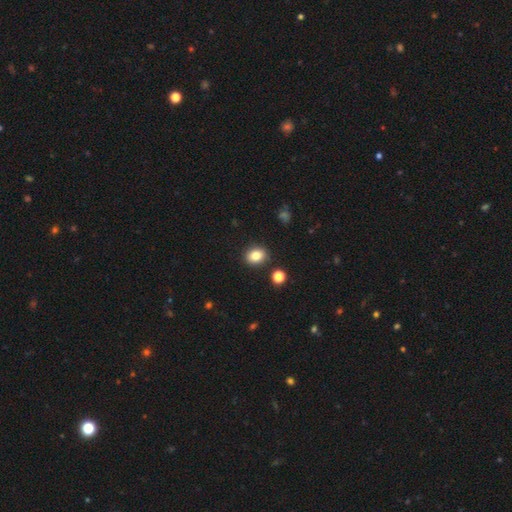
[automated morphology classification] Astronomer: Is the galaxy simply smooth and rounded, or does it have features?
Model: smooth — 82%.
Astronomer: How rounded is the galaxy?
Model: round — 54% (runner-up: in between, 45%).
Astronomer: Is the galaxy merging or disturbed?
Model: none — 87%.